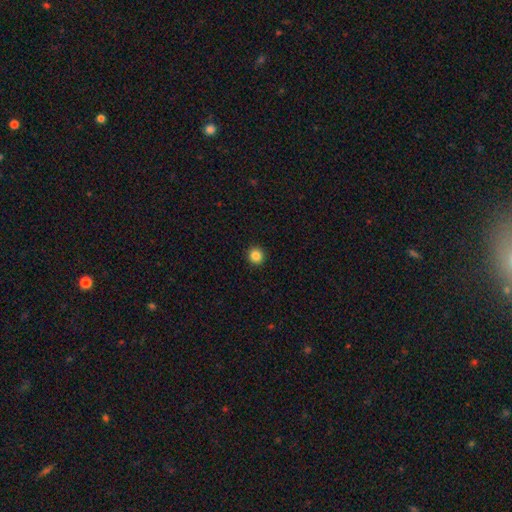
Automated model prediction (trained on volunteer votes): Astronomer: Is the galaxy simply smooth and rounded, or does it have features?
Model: smooth — 85%.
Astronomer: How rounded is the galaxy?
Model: round — 94%.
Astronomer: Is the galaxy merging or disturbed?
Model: none — 93%.